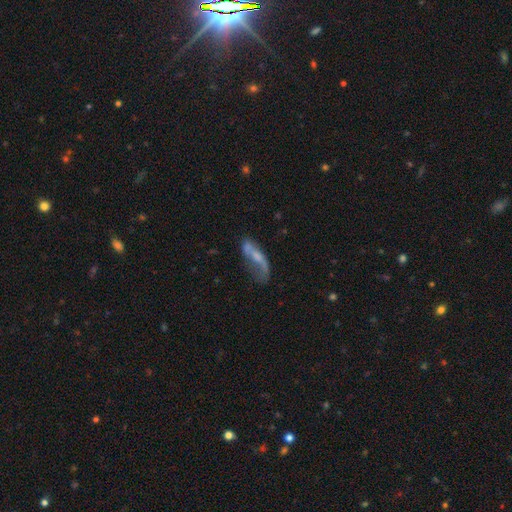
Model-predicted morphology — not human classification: A featured or disk galaxy (53%).

Vote fractions:
- Smooth or featured? featured or disk: 53% / smooth: 37% / star or artifact: 9%
- Edge-on disk? no: 81% / yes: 19%
- Merging? none: 34% / major disturbance: 30% / minor disturbance: 22% / merger: 14%